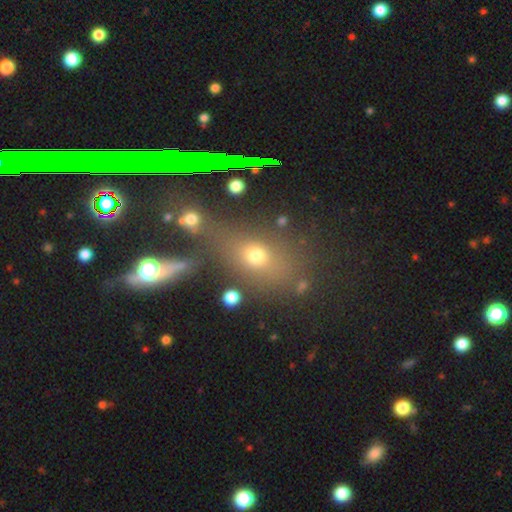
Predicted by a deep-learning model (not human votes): Q: Smooth or featured?
A: smooth (62%); runner-up: star or artifact (23%)
Q: How rounded?
A: in between (56%); runner-up: round (37%)
Q: Merging?
A: none (51%); runner-up: merger (27%)